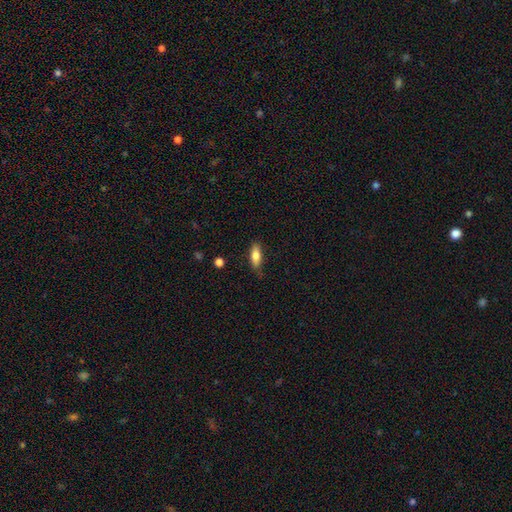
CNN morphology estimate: Smooth or featured?
  - smooth: 79% *
  - featured or disk: 15%
  - star or artifact: 7%
How rounded?
  - in between: 71% *
  - cigar-shaped: 26%
  - round: 3%
Merging?
  - none: 77% *
  - minor disturbance: 18%
  - major disturbance: 4%
  - merger: 2%